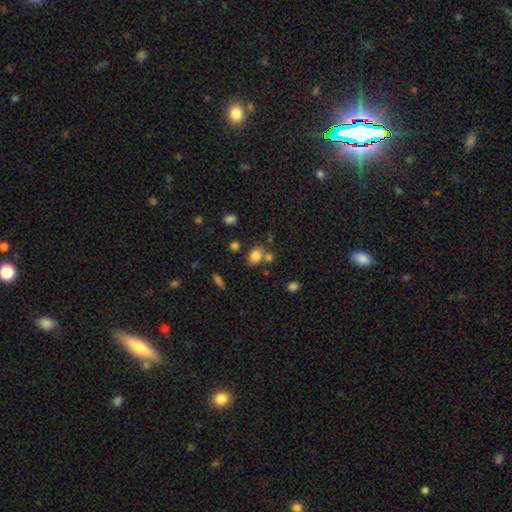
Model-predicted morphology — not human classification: Overall: smooth (81%). How rounded: in between (52%; round 47%). Merging: none (57%; merger 26%).